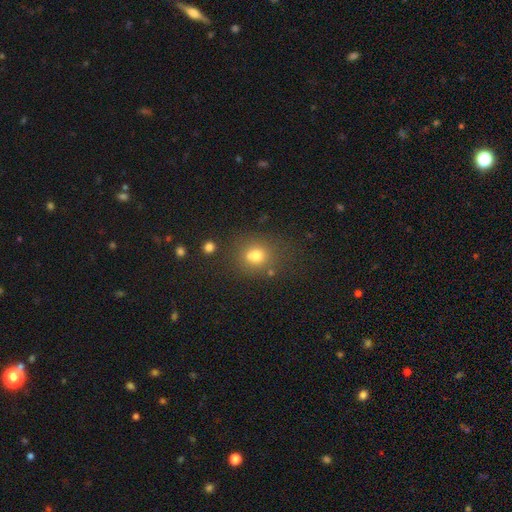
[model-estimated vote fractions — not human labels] This is likely a smooth galaxy (71%). How rounded: likely round (72%). Merging: likely none (60%).